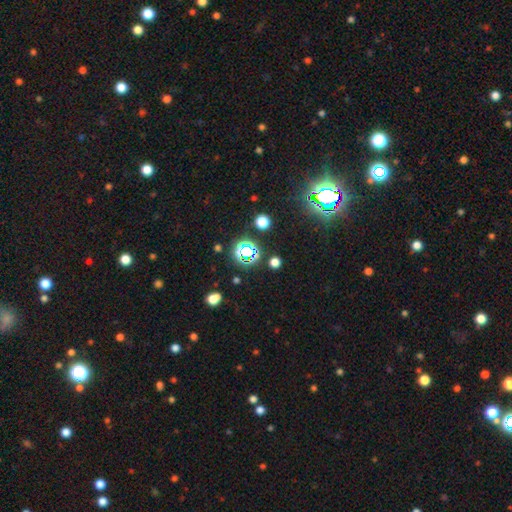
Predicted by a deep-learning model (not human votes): smooth-or-featured: star or artifact: 73% | smooth: 19% | featured or disk: 8%